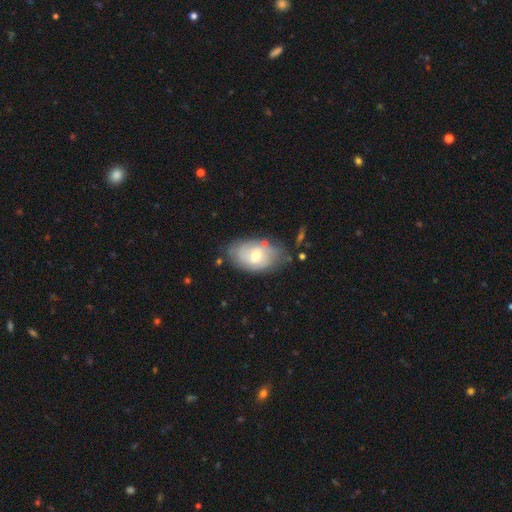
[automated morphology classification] smooth_or_featured: featured or disk (p=0.52) [alt: smooth p=0.42]
disk_edge_on: no (p=0.93) [alt: yes p=0.07]
merging: none (p=0.64) [alt: minor disturbance p=0.24]